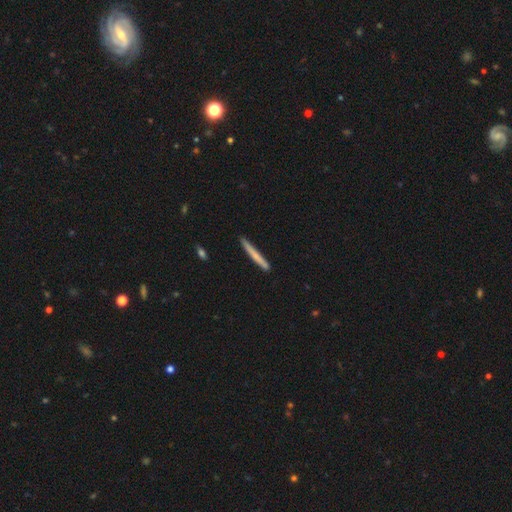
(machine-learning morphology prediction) Smooth or featured? Predicted: smooth (p=0.67). How rounded? Predicted: cigar-shaped (p=0.97). Merging? Predicted: none (p=0.88).